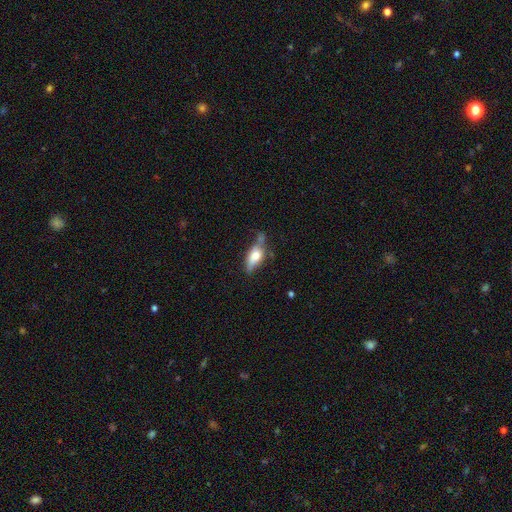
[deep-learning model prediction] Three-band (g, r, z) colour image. It shows a smooth galaxy with no disk features (56%) that is in between round and cigar-shaped (76%). Merging: none (49%).